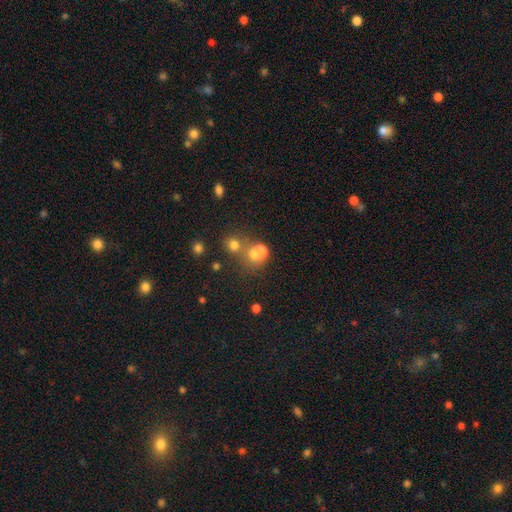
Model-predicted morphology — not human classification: This is possibly a smooth galaxy (56%). How rounded: clearly round (80%). Merging: possibly none (55%).